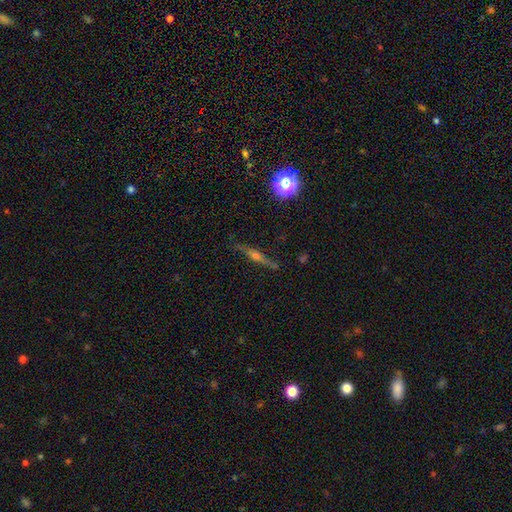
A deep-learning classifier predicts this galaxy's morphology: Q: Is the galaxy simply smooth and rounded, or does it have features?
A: featured or disk — 71%.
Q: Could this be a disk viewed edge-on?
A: yes — 96%.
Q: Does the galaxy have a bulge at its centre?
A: rounded — 86%.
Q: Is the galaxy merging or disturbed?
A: none — 86%.